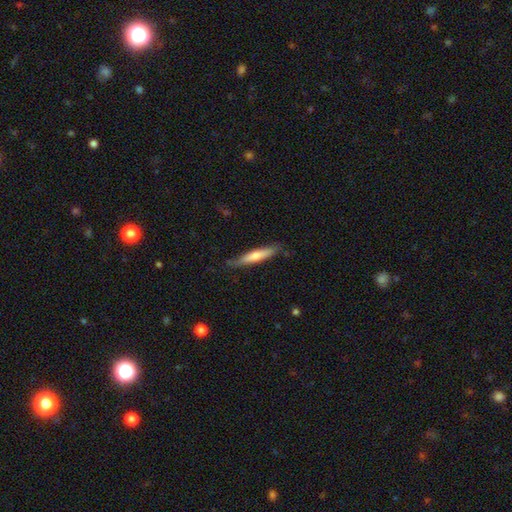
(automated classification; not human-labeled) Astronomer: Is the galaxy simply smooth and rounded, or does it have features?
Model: smooth — 58% (runner-up: featured or disk, 37%).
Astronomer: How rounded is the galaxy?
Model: cigar-shaped — 91%.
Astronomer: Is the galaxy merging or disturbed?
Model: none — 80%.